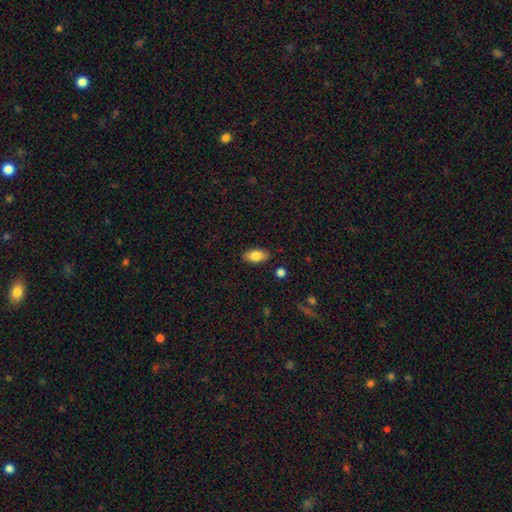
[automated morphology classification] Smooth or featured? Predicted: smooth (p=0.81). How rounded? Predicted: in between (p=0.92). Merging? Predicted: none (p=0.87).